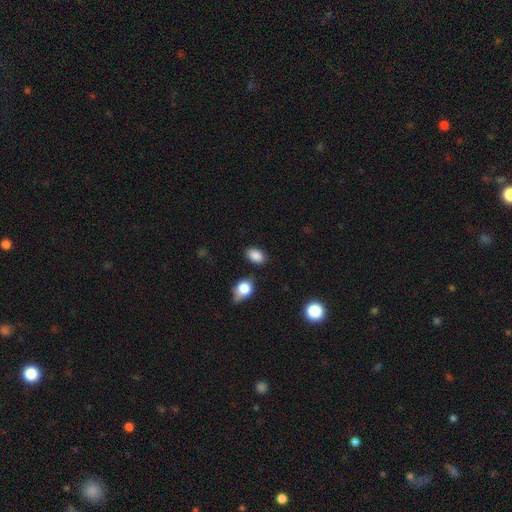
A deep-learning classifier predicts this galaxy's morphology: A smooth galaxy with no disk features (87%) that is in between round and cigar-shaped (85%).

Vote fractions:
- Smooth or featured? smooth: 87% / star or artifact: 9% / featured or disk: 5%
- How rounded? in between: 85% / round: 14% / cigar-shaped: 2%
- Merging? none: 80% / minor disturbance: 13% / merger: 4% / major disturbance: 3%